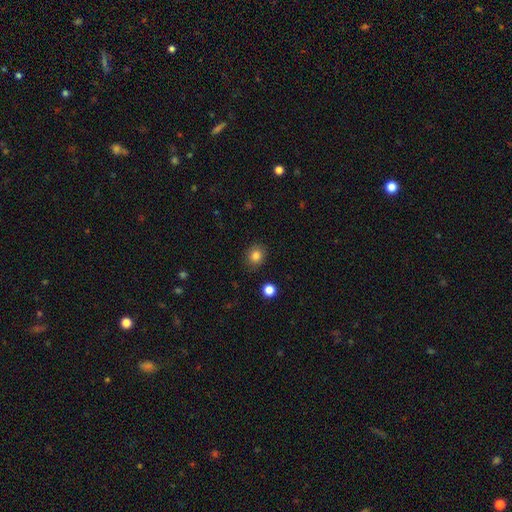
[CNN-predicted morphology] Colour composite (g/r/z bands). It shows a smooth galaxy with no disk features (84%) that is round (68%). Merging: none (87%).